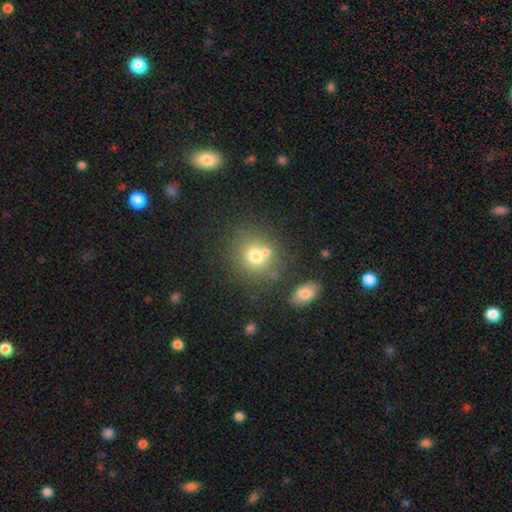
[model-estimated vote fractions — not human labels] This appears to be a smooth galaxy with no disk features (70%) that is round (80%). Merging: none (57%).